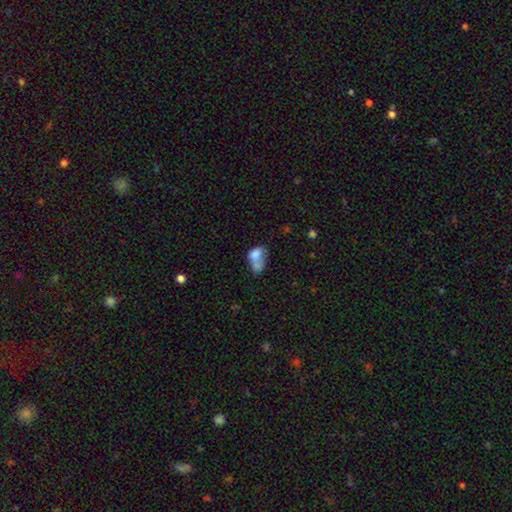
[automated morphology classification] This appears to be a smooth galaxy with no disk features (71%) that is in between round and cigar-shaped (78%). Merging: merger (56%).